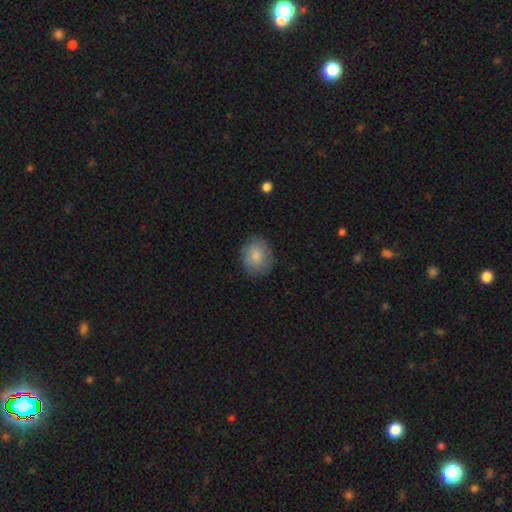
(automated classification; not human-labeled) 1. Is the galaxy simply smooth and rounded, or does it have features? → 81% smooth, 12% featured or disk, 7% star or artifact.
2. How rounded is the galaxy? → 65% round, 34% in between, 1% cigar-shaped.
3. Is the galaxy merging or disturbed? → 79% none, 16% minor disturbance, 4% major disturbance, 1% merger.